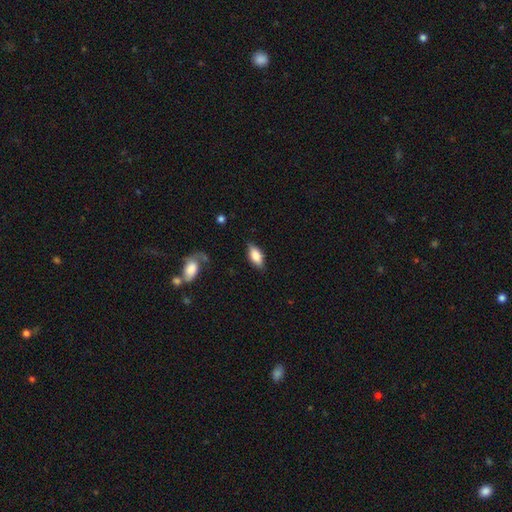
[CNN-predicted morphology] smooth 76%, featured or disk 18%, star or artifact 6%. Down the decision tree: how rounded — in between (84%); merging — none (81%).